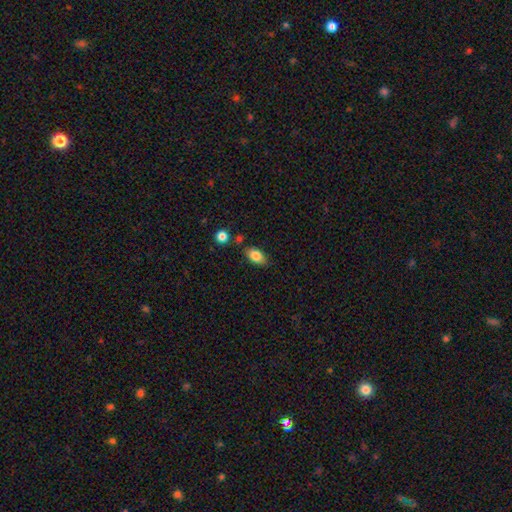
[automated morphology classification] A smooth galaxy with no disk features (83%) that is in between round and cigar-shaped (88%). Merging: none (77%).